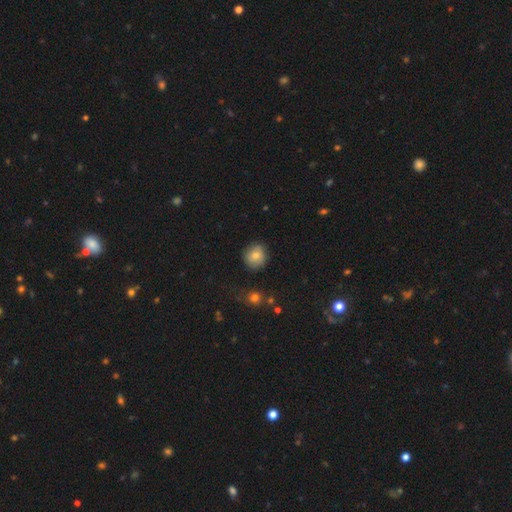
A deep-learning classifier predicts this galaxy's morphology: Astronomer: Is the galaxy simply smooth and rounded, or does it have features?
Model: smooth — 79%.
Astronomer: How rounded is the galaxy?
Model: round — 86%.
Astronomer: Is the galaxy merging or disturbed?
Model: none — 82%.